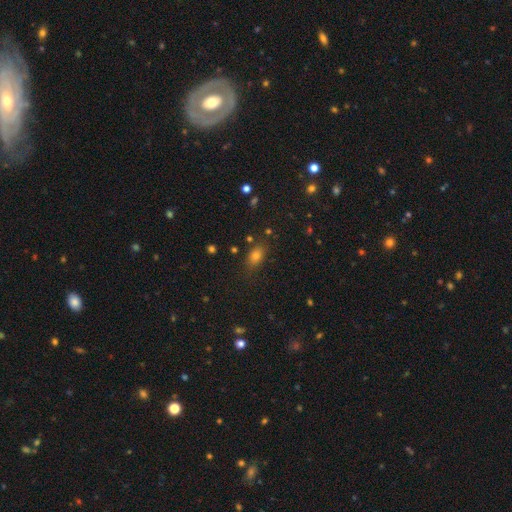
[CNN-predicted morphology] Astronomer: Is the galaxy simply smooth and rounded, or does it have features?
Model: smooth — 72%.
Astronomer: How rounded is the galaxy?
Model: in between — 74%.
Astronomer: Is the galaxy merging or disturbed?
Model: none — 81%.